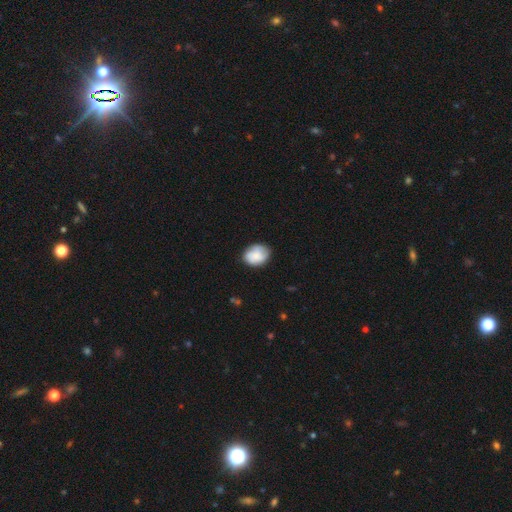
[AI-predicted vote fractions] Q: Smooth or featured?
A: smooth (76%); runner-up: featured or disk (17%)
Q: How rounded?
A: in between (61%); runner-up: round (38%)
Q: Merging?
A: none (72%); runner-up: minor disturbance (22%)